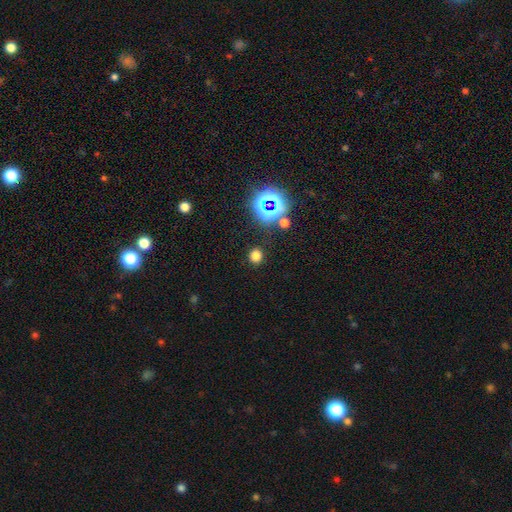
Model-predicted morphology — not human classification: smooth_or_featured: smooth (p=0.72) [alt: star or artifact p=0.23]
how_rounded: round (p=0.84) [alt: in between p=0.15]
merging: none (p=0.88) [alt: minor disturbance p=0.07]